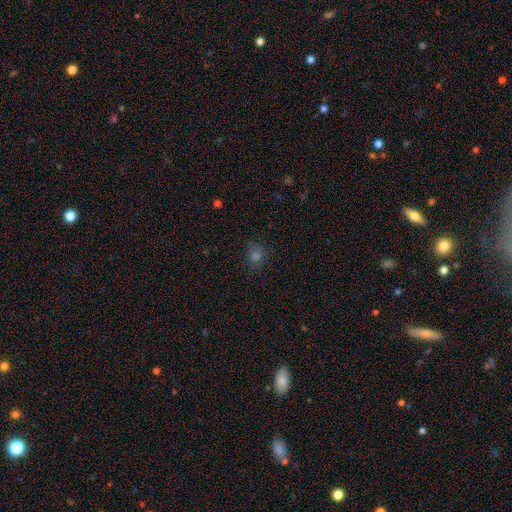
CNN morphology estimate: smooth-or-featured: smooth: 65% | star or artifact: 27% | featured or disk: 8%
  how-rounded: round: 68% | in between: 31% | cigar-shaped: 1%
  merging: none: 80% | minor disturbance: 14% | major disturbance: 4% | merger: 2%